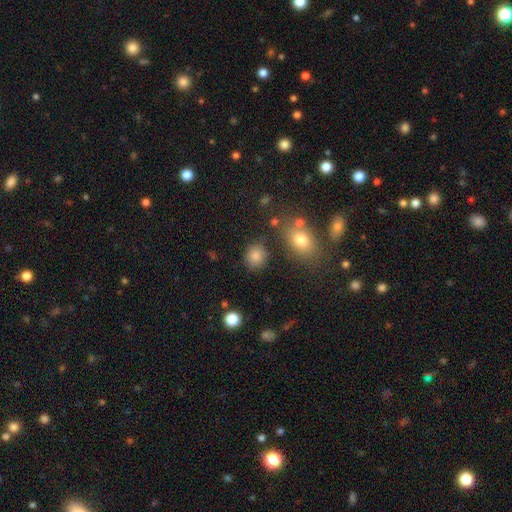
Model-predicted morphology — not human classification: This appears to be a smooth galaxy with no disk features (82%) that is round (75%). Merging: none (81%).